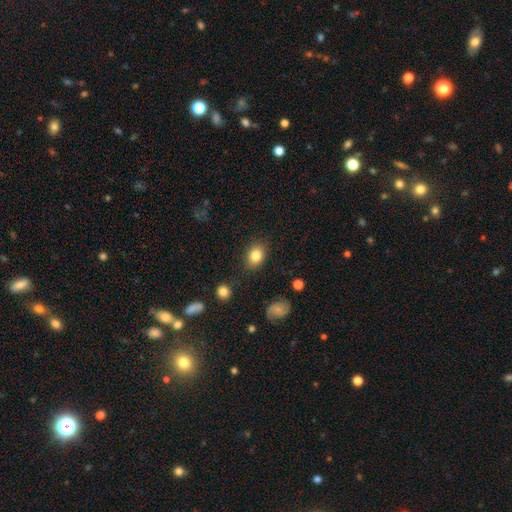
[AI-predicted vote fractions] Q: Smooth or featured?
A: smooth (83%); runner-up: star or artifact (9%)
Q: How rounded?
A: in between (67%); runner-up: round (32%)
Q: Merging?
A: none (83%); runner-up: minor disturbance (12%)